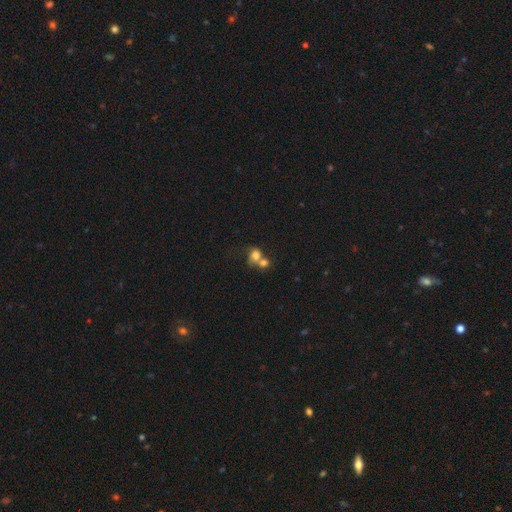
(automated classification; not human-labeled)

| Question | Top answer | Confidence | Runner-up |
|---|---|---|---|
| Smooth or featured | smooth | 69% | featured or disk (20%) |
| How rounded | round | 66% | in between (33%) |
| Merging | merger | 65% | none (19%) |